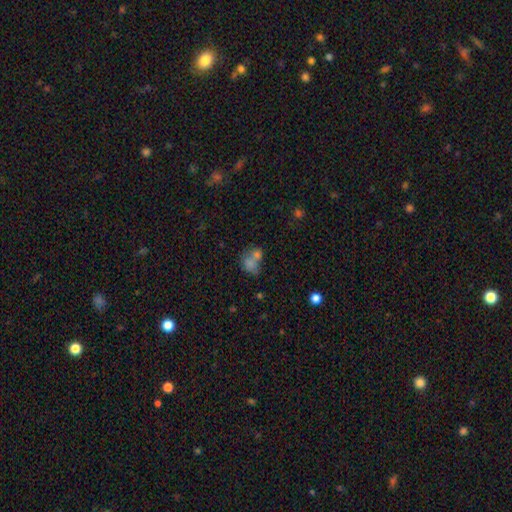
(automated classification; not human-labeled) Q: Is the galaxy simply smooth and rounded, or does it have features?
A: smooth — 67%.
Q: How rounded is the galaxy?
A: round — 50%.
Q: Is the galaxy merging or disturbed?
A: merger — 59%.